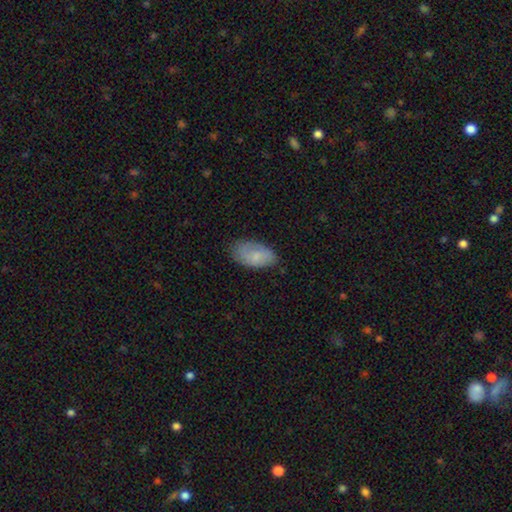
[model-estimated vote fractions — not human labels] Smooth or featured?
  - smooth: 71% *
  - featured or disk: 22%
  - star or artifact: 6%
How rounded?
  - in between: 94% *
  - round: 4%
  - cigar-shaped: 2%
Merging?
  - none: 71% *
  - minor disturbance: 23%
  - major disturbance: 5%
  - merger: 1%